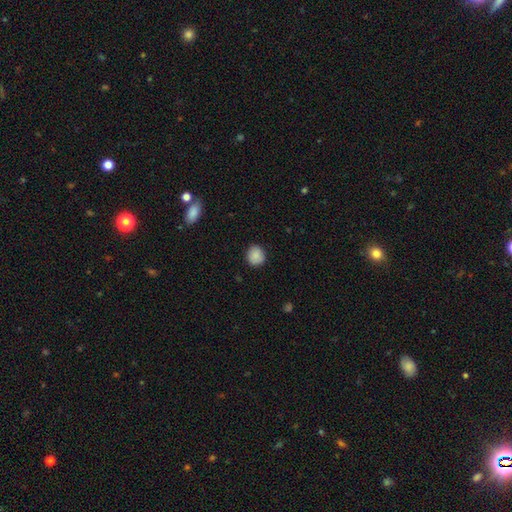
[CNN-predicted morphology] Smooth or featured: smooth — 89% (star or artifact — 8%)
How rounded: round — 81% (in between — 18%)
Merging: none — 87% (minor disturbance — 10%)